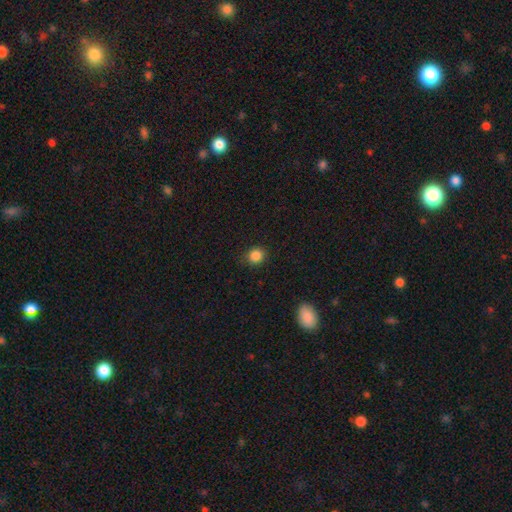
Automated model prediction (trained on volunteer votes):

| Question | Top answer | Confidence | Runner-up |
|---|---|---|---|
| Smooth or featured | smooth | 86% | star or artifact (11%) |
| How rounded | round | 86% | in between (13%) |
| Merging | none | 87% | minor disturbance (9%) |